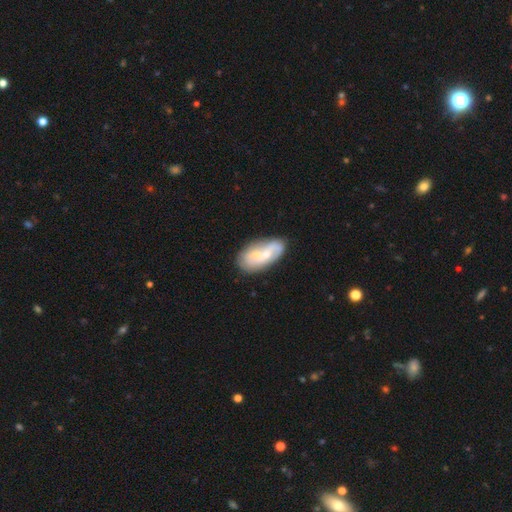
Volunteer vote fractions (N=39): Smooth or featured: featured or disk — 56% (smooth — 44%)
Edge-on disk: no — 100%
Bar: no — 73% (weak — 18%)
Spiral arms: no — 64% (yes — 36%)
Bulge size: moderate — 55% (small — 36%)
Merging: merger — 62% (none — 18%)